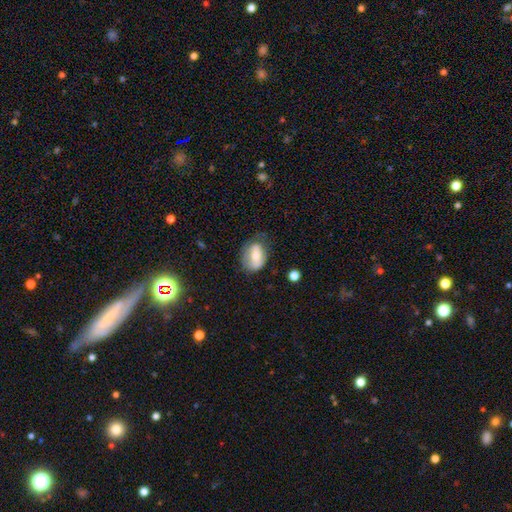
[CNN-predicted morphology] Q: Smooth or featured?
A: smooth (60%); runner-up: featured or disk (33%)
Q: How rounded?
A: in between (75%); runner-up: round (23%)
Q: Merging?
A: none (57%); runner-up: minor disturbance (29%)